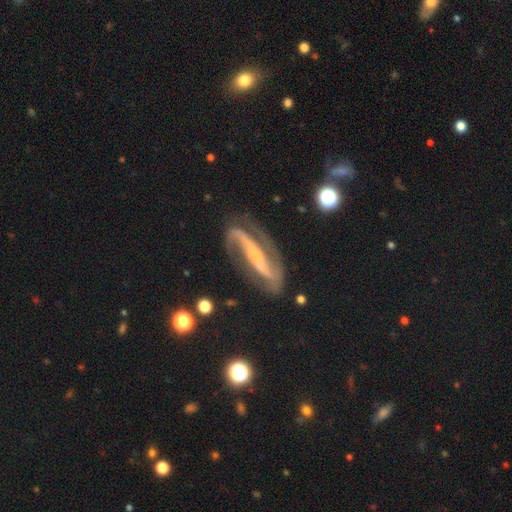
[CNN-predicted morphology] Overall: featured or disk (89%). Edge-on disk: no (86%). Bar: strong (64%). Spiral arms: yes (96%). Spiral arm count: 2 (91%). Spiral winding: medium (43%; loose 37%). Bulge size: small (70%). Merging: none (72%).